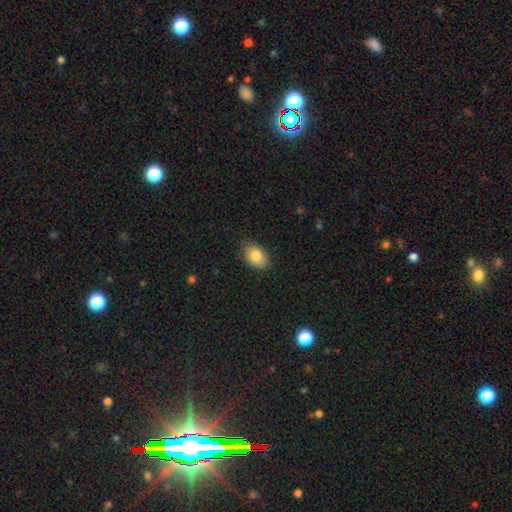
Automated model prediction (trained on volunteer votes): This is clearly a smooth galaxy (84%). How rounded: clearly in between (86%). Merging: clearly none (83%).